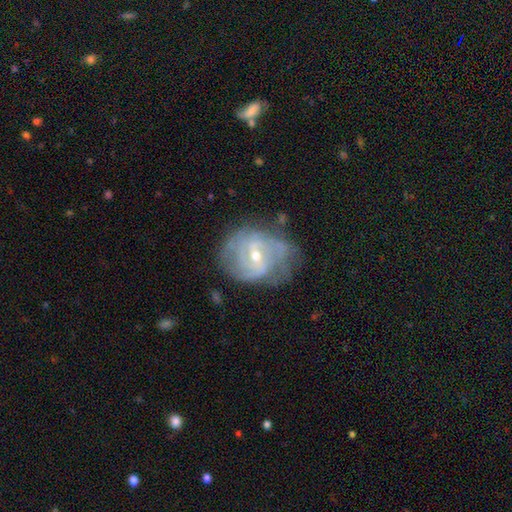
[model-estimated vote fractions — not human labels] Smooth or featured: featured or disk — 83% (smooth — 11%)
Edge-on disk: no — 97% (yes — 3%)
Bar: weak — 53% (no — 27%)
Spiral arms: yes — 90% (no — 10%)
Spiral winding: tight — 45% (medium — 39%)
Spiral arm count: 2 — 40% (can't tell — 32%)
Bulge size: small — 53% (moderate — 45%)
Merging: none — 60% (minor disturbance — 25%)